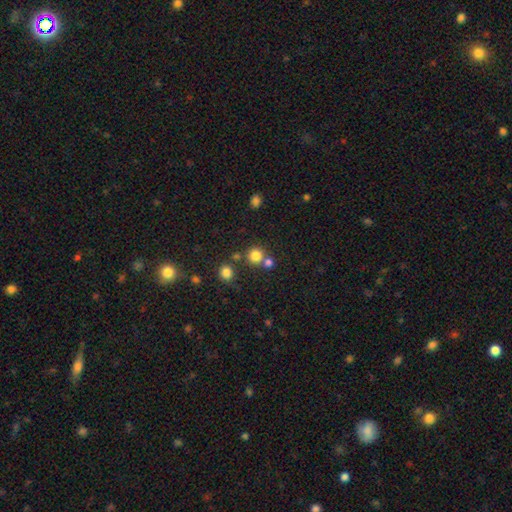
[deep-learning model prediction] Smooth or featured: smooth — 79% (star or artifact — 15%)
How rounded: round — 92% (in between — 7%)
Merging: none — 67% (merger — 22%)